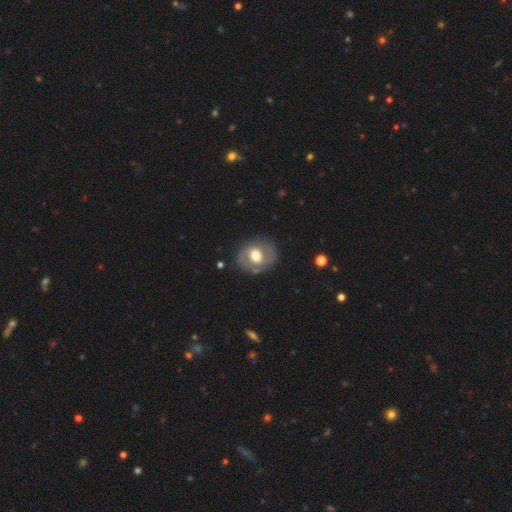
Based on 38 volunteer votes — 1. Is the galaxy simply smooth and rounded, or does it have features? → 55% featured or disk, 37% smooth, 8% star or artifact.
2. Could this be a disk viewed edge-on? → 100% no, 0% yes.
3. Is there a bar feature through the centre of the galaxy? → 67% no, 24% weak, 10% strong.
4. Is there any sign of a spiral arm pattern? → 62% no, 38% yes.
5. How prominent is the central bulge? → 52% moderate, 43% large, 5% small, 0% dominant, 0% none.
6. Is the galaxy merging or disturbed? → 83% none, 6% minor disturbance, 6% major disturbance, 6% merger.